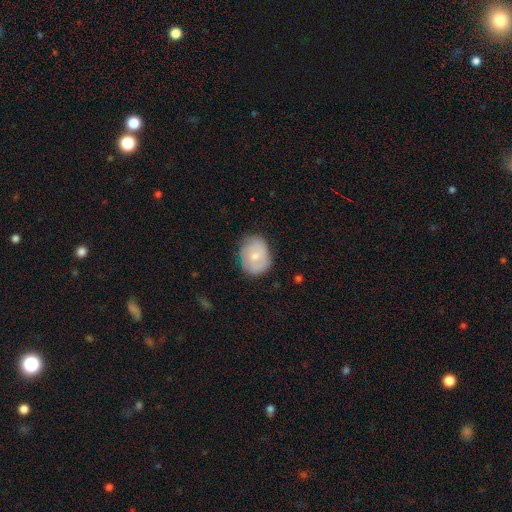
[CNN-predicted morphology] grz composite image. It shows a smooth galaxy with no disk features (63%) that is in between round and cigar-shaped (56%). Merging: none (73%).